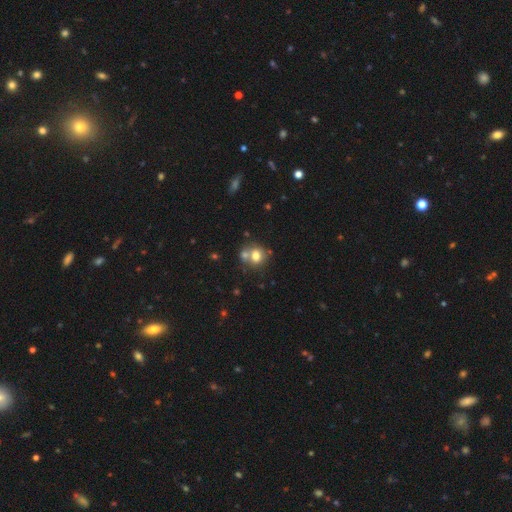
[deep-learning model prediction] Morphology: type=smooth (72%); roundness=round (71%); merging=none (47%).